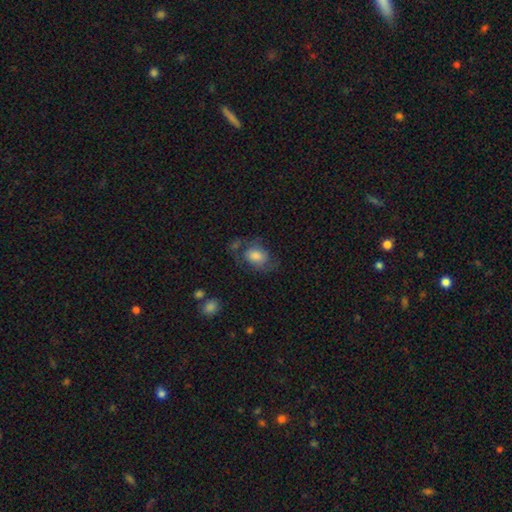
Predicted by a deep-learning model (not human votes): smooth 59%, featured or disk 33%, star or artifact 8%. Down the decision tree: how rounded — in between (74%); merging — none (47%).